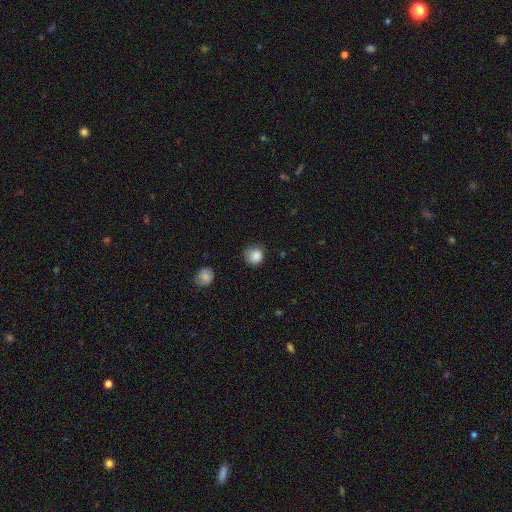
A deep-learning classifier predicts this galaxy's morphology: Smooth or featured? Predicted: smooth (p=0.87). How rounded? Predicted: round (p=0.92). Merging? Predicted: none (p=0.78).